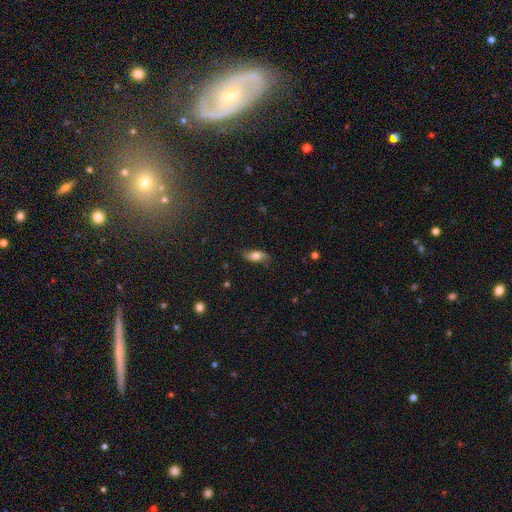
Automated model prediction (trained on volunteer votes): Smooth or featured: smooth — 58% (featured or disk — 33%)
How rounded: in between — 81% (cigar-shaped — 13%)
Merging: none — 72% (minor disturbance — 20%)